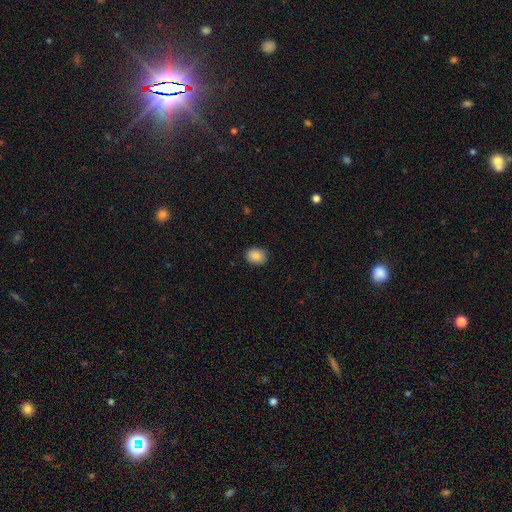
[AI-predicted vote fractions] Smooth or featured? smooth (87%)
How rounded? in between (53%)
Merging? none (88%)